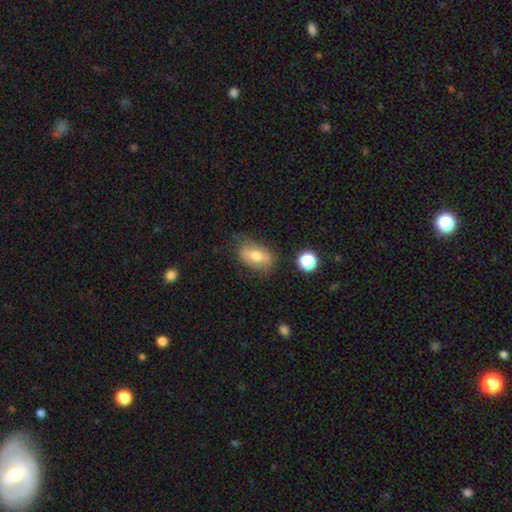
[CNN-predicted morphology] smooth_or_featured: smooth (p=0.63) [alt: featured or disk p=0.28]
how_rounded: in between (p=0.86) [alt: round p=0.09]
merging: none (p=0.70) [alt: minor disturbance p=0.22]